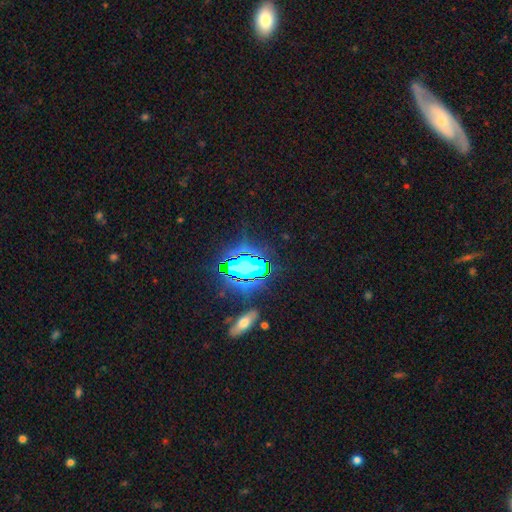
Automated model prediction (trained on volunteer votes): smooth-or-featured: star or artifact: 77% | smooth: 13% | featured or disk: 10%